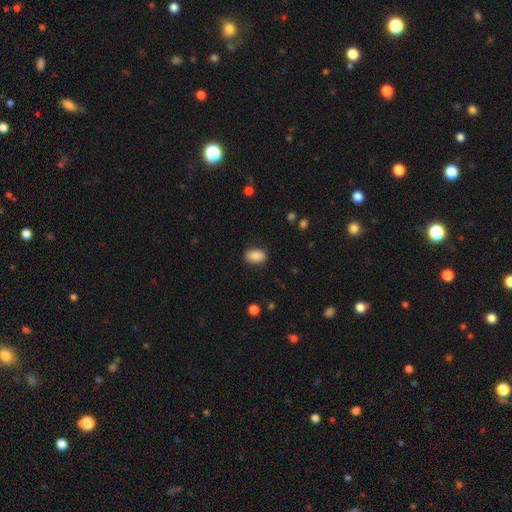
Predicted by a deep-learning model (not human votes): A smooth galaxy with no disk features (86%) that is in between round and cigar-shaped (86%).

Vote fractions:
- Smooth or featured? smooth: 86% / star or artifact: 8% / featured or disk: 6%
- How rounded? in between: 86% / round: 13% / cigar-shaped: 1%
- Merging? none: 86% / minor disturbance: 10% / major disturbance: 3% / merger: 1%